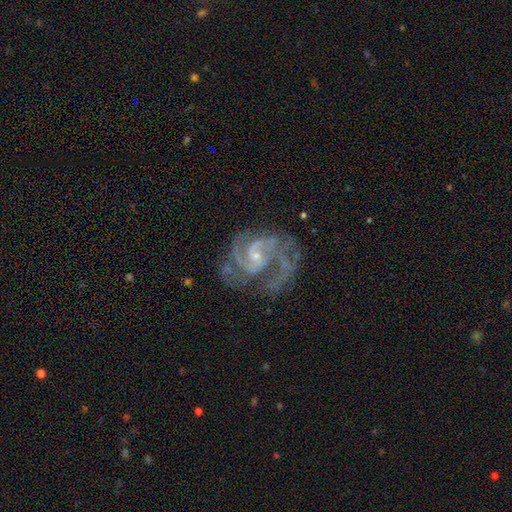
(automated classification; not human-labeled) Q: Smooth or featured?
A: featured or disk (92%); runner-up: star or artifact (5%)
Q: Edge-on disk?
A: no (98%); runner-up: yes (2%)
Q: Bar?
A: weak (47%); runner-up: no (42%)
Q: Spiral arms?
A: yes (98%); runner-up: no (2%)
Q: Spiral winding?
A: medium (59%); runner-up: tight (27%)
Q: Spiral arm count?
A: 2 (66%); runner-up: 3 (17%)
Q: Bulge size?
A: small (73%); runner-up: moderate (20%)
Q: Merging?
A: none (61%); runner-up: minor disturbance (19%)